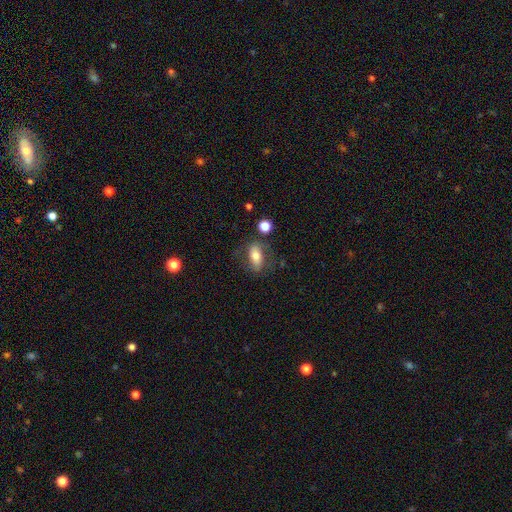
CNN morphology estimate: Overall: smooth (65%; featured or disk 26%). How rounded: in between (83%). Merging: none (64%).